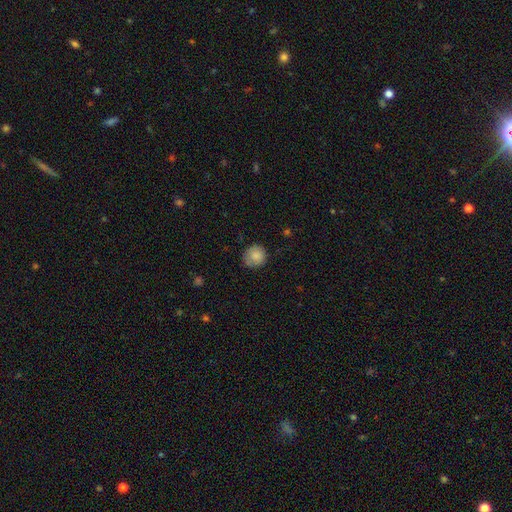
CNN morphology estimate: Overall: smooth (84%). How rounded: round (86%). Merging: none (74%).